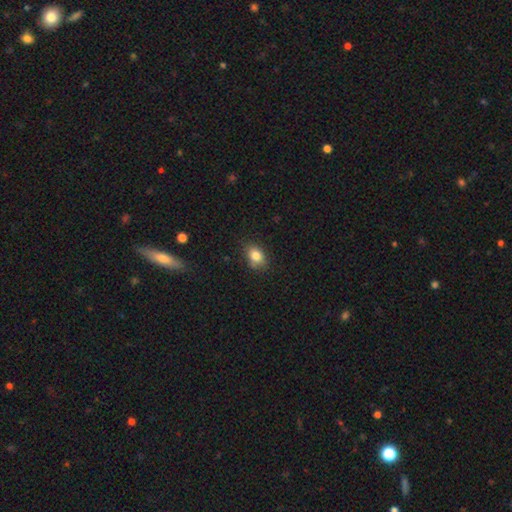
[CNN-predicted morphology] Smooth or featured?
  - smooth: 83% *
  - star or artifact: 9%
  - featured or disk: 8%
How rounded?
  - in between: 75% *
  - round: 24%
  - cigar-shaped: 1%
Merging?
  - none: 80% *
  - minor disturbance: 16%
  - major disturbance: 3%
  - merger: 2%